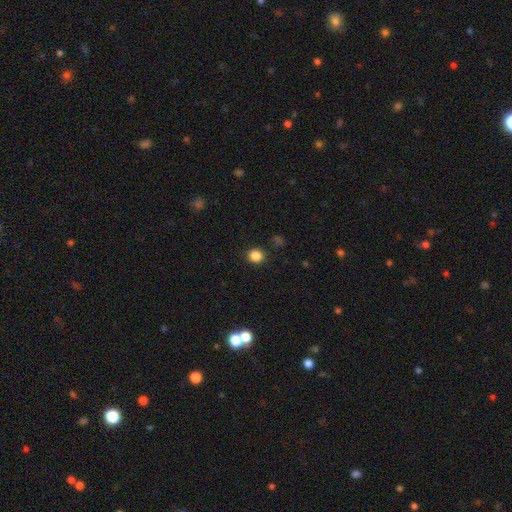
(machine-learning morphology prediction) A smooth galaxy with no disk features (85%) that is round (83%). Merging: none (90%).